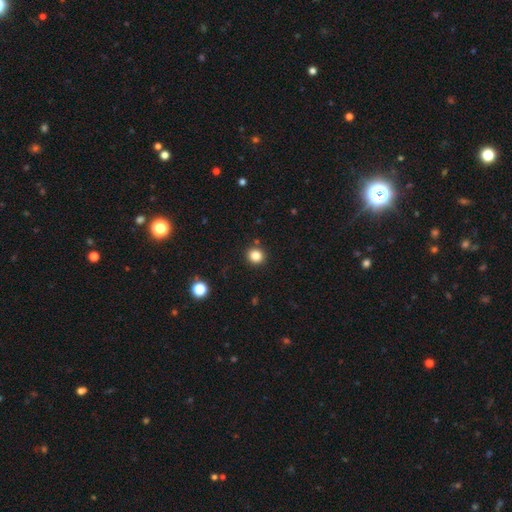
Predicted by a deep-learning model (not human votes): Overall: smooth (84%). How rounded: round (89%). Merging: none (89%).